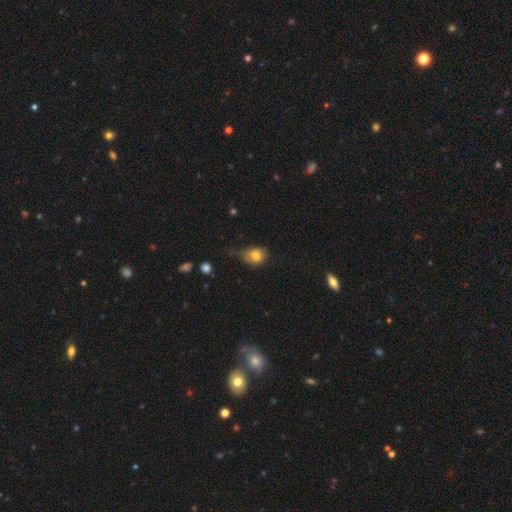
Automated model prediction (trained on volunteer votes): The model was most divided on "merging": minor disturbance: 40%, none: 36%, major disturbance: 20%, merger: 4%. More confident: smooth or featured — smooth (77%); how rounded — round (52%).